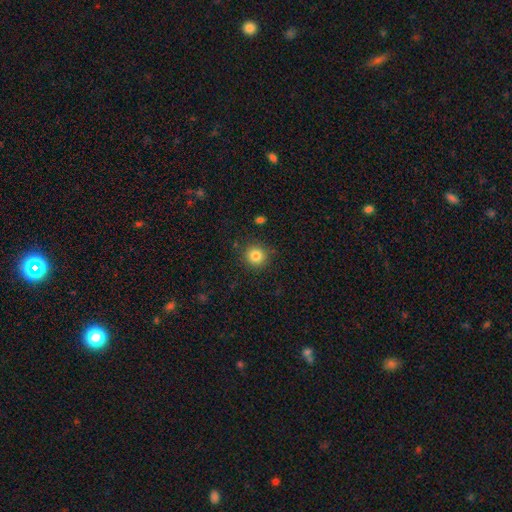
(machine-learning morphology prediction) A smooth galaxy with no disk features (83%) that is round (93%).

Vote fractions:
- Smooth or featured? smooth: 83% / star or artifact: 11% / featured or disk: 6%
- How rounded? round: 93% / in between: 6% / cigar-shaped: 1%
- Merging? none: 89% / minor disturbance: 7% / major disturbance: 2% / merger: 2%